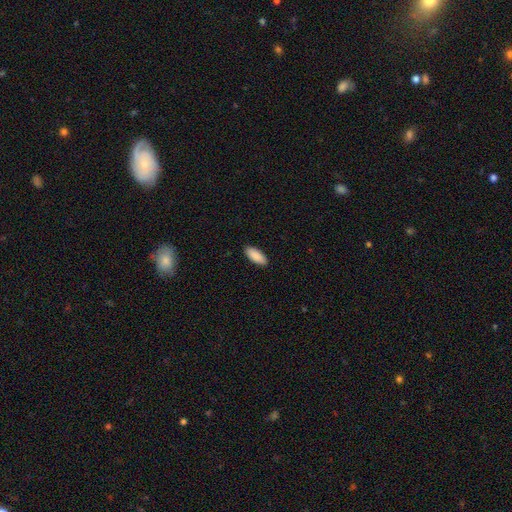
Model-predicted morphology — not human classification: This is clearly a smooth galaxy (91%). How rounded: clearly in between (85%). Merging: clearly none (90%).